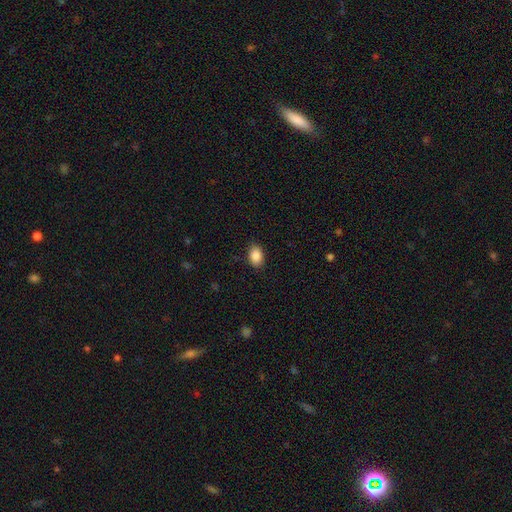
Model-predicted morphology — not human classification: Smooth or featured? smooth (88%)
How rounded? in between (84%)
Merging? none (87%)